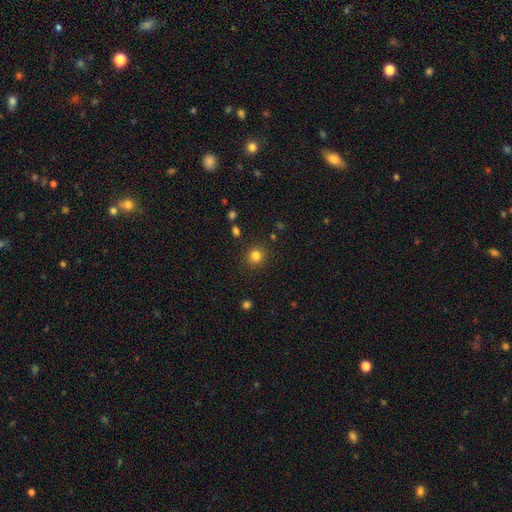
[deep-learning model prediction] smooth-or-featured: smooth: 82% | star or artifact: 13% | featured or disk: 6%
  how-rounded: round: 90% | in between: 9% | cigar-shaped: 1%
  merging: none: 89% | minor disturbance: 6% | major disturbance: 2% | merger: 2%